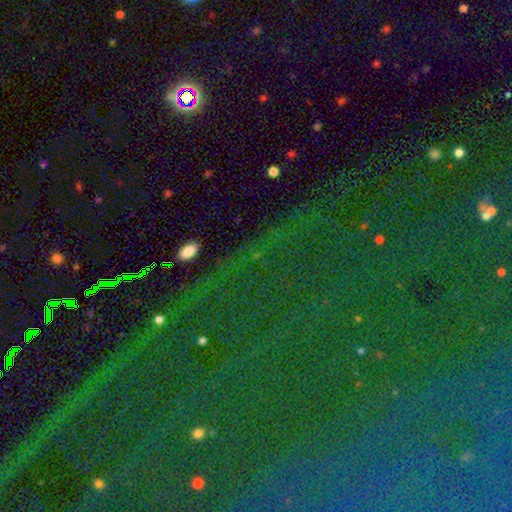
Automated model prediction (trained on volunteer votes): Q: Smooth or featured?
A: star or artifact (85%); runner-up: smooth (8%)